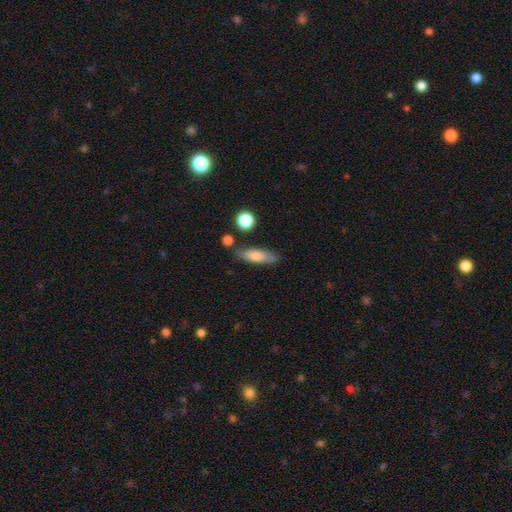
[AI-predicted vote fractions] Q: Smooth or featured?
A: smooth (70%); runner-up: featured or disk (22%)
Q: How rounded?
A: cigar-shaped (61%); runner-up: in between (36%)
Q: Merging?
A: none (80%); runner-up: minor disturbance (12%)